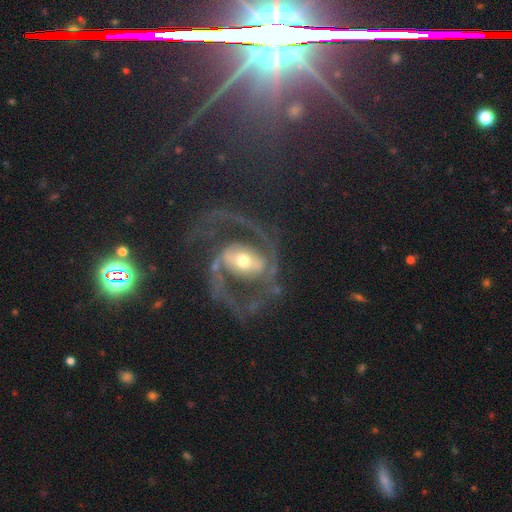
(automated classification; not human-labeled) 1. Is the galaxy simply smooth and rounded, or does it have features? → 85% featured or disk, 10% star or artifact, 5% smooth.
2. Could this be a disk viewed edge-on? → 97% no, 3% yes.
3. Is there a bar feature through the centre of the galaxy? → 37% strong, 33% weak, 30% no.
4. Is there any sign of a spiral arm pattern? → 94% yes, 6% no.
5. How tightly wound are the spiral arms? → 59% medium, 23% tight, 19% loose.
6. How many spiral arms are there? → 88% 2, 4% can't tell, 3% 3, 2% 1, 2% 4, 2% more than 4.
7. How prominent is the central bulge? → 57% moderate, 34% small, 6% large, 2% none, 2% dominant.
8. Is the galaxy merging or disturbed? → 65% none, 17% major disturbance, 15% minor disturbance, 3% merger.